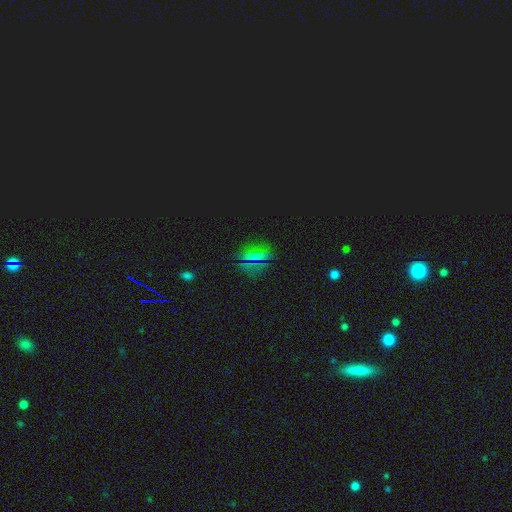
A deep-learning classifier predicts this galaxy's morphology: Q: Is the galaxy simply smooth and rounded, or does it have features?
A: star or artifact — 47%.